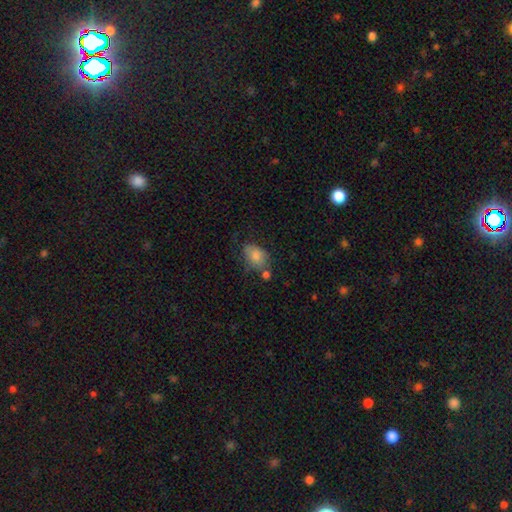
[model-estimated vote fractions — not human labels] A smooth galaxy with no disk features (80%) that is in between round and cigar-shaped (78%). Merging: none (48%).